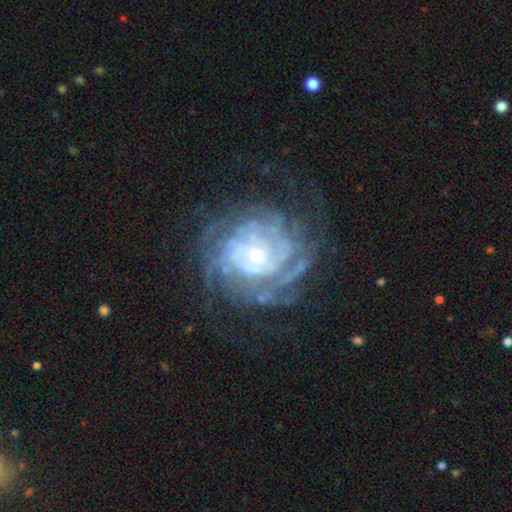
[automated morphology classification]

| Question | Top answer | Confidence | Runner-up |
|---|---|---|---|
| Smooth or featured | featured or disk | 86% | smooth (7%) |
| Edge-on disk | no | 97% | yes (3%) |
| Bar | no | 74% | weak (20%) |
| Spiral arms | yes | 92% | no (8%) |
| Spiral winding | tight | 70% | medium (23%) |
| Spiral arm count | can't tell | 40% | 4 (16%) |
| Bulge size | small | 66% | moderate (28%) |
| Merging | none | 66% | minor disturbance (18%) |